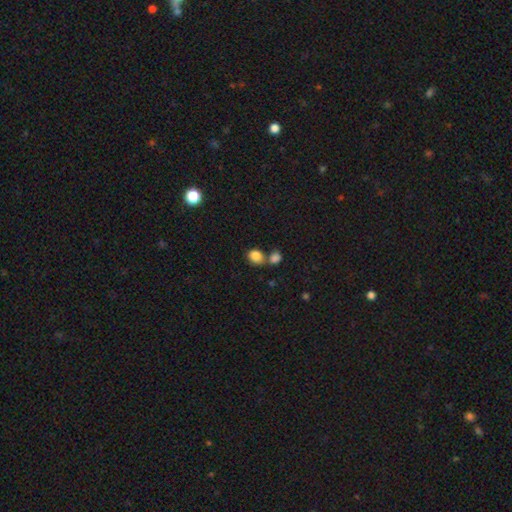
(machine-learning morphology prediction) Smooth or featured? Predicted: smooth (p=0.85). How rounded? Predicted: round (p=0.54). Merging? Predicted: none (p=0.46).